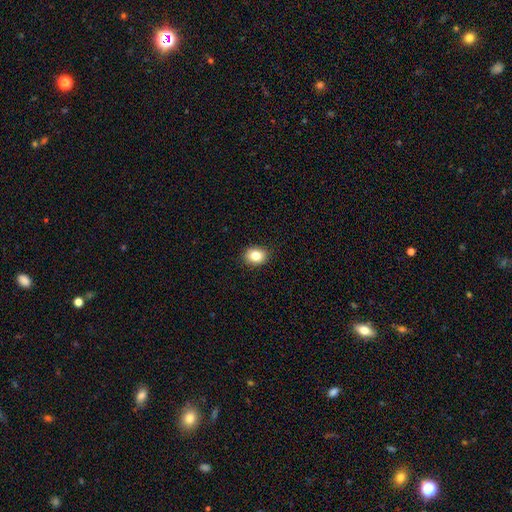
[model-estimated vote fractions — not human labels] A smooth galaxy with no disk features (83%) that is round (52%).

Vote fractions:
- Smooth or featured? smooth: 83% / star or artifact: 10% / featured or disk: 7%
- How rounded? round: 52% / in between: 47% / cigar-shaped: 1%
- Merging? none: 90% / minor disturbance: 7% / major disturbance: 2% / merger: 1%